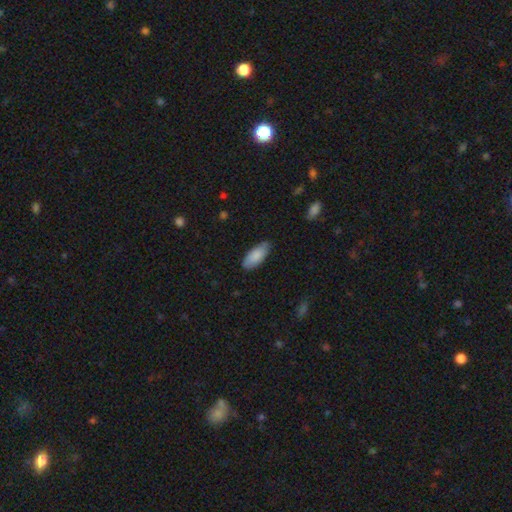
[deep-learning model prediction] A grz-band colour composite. It shows a smooth galaxy with no disk features (86%) that is in between round and cigar-shaped (84%). Merging: none (77%).